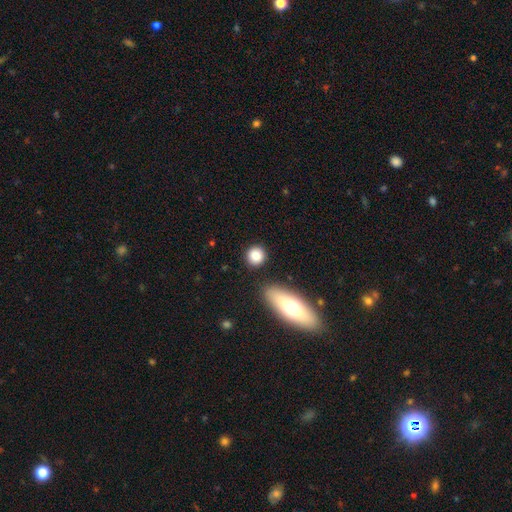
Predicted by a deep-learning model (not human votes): Smooth or featured: smooth — 84% (star or artifact — 9%)
How rounded: round — 85% (in between — 13%)
Merging: none — 85% (minor disturbance — 8%)